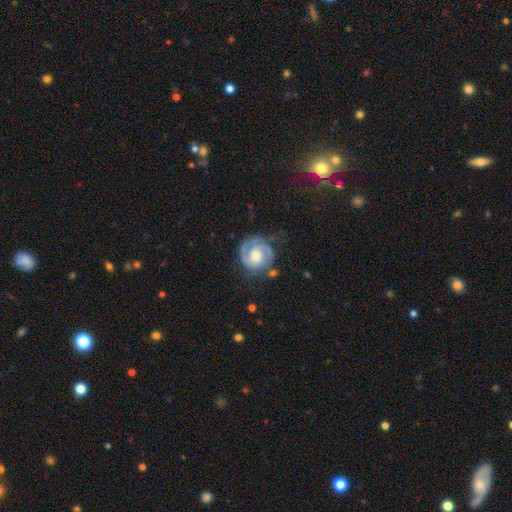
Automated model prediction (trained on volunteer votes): Smooth or featured? featured or disk (81%)
Edge-on disk? no (98%)
Bar? no (59%)
Spiral arms? yes (95%)
Spiral winding? tight (59%)
Spiral arm count? 2 (74%)
Bulge size? moderate (56%)
Merging? none (69%)